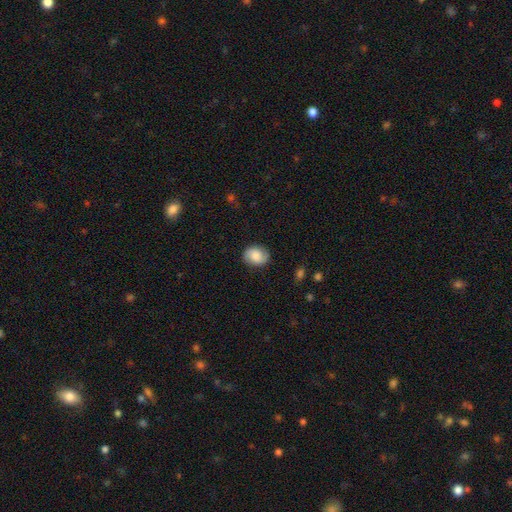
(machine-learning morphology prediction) This is possibly a smooth galaxy (56%). How rounded: possibly round (51%). Merging: clearly none (84%).